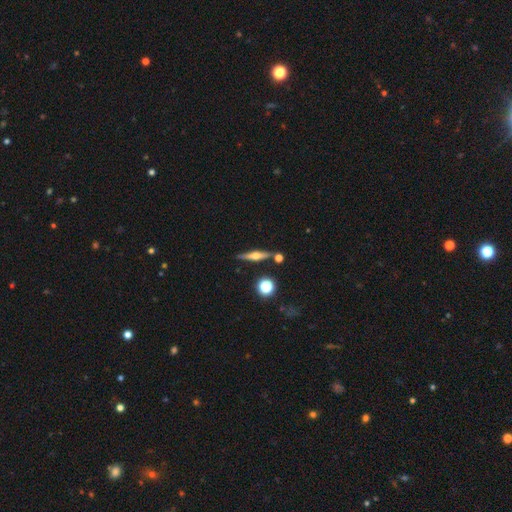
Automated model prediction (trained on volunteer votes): Q: Smooth or featured?
A: featured or disk (69%); runner-up: smooth (23%)
Q: Edge-on disk?
A: yes (96%); runner-up: no (4%)
Q: Edge-on bulge?
A: rounded (93%); runner-up: boxy (4%)
Q: Merging?
A: none (83%); runner-up: minor disturbance (9%)